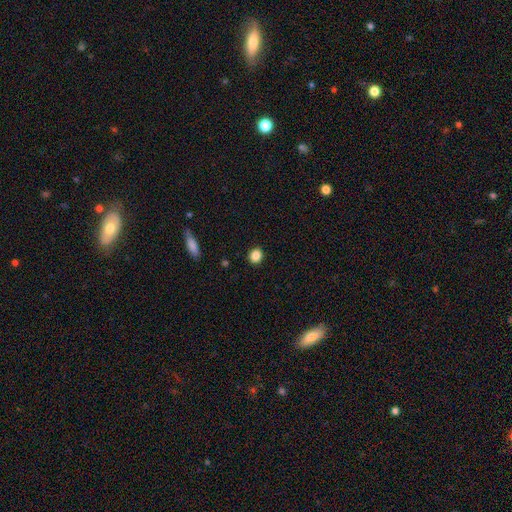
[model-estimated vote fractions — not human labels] smooth 87%, star or artifact 9%, featured or disk 4%. Down the decision tree: how rounded — round (67%); merging — none (91%).